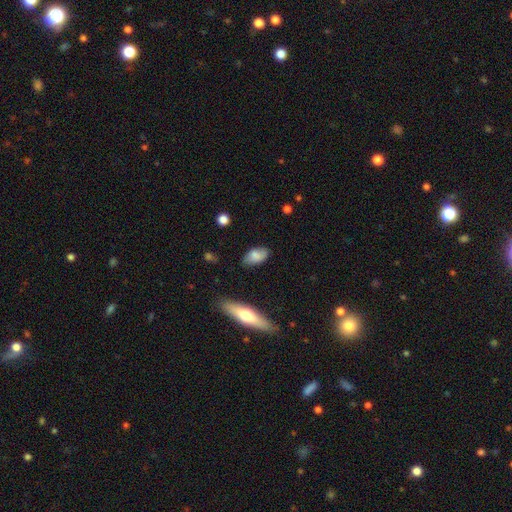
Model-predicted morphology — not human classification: Smooth or featured: smooth — 75% (featured or disk — 18%)
How rounded: in between — 91% (round — 4%)
Merging: none — 78% (minor disturbance — 17%)